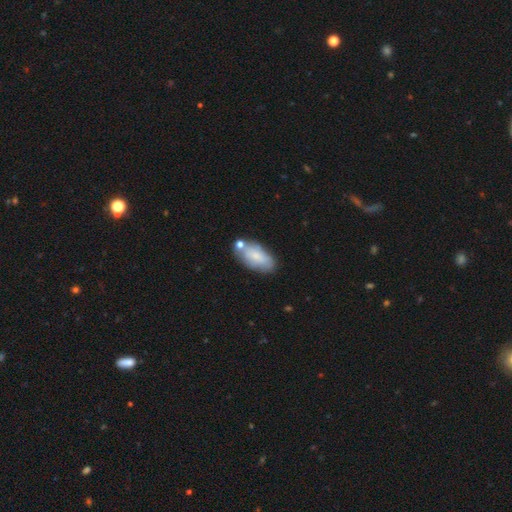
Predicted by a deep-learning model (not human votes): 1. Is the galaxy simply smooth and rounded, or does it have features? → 74% smooth, 19% featured or disk, 7% star or artifact.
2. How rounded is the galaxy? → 92% in between, 6% cigar-shaped, 3% round.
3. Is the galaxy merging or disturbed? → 59% none, 20% minor disturbance, 15% merger, 6% major disturbance.